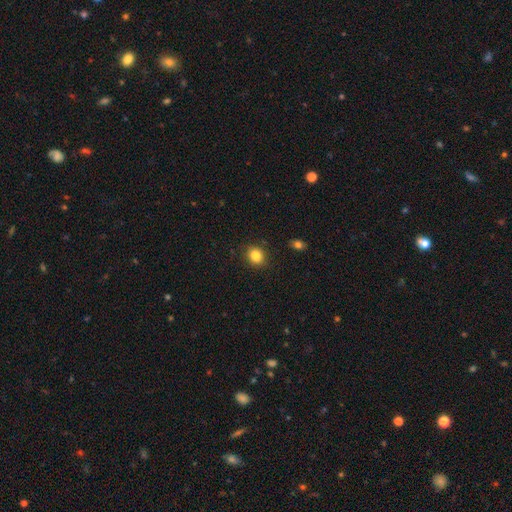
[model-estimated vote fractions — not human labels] Morphology: type=smooth (84%); roundness=round (72%); merging=none (88%).